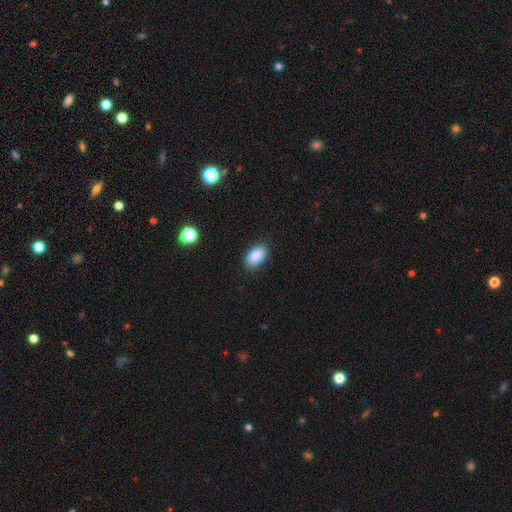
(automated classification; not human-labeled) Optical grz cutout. It shows a smooth galaxy with no disk features (88%) that is in between round and cigar-shaped (92%). Merging: none (86%).